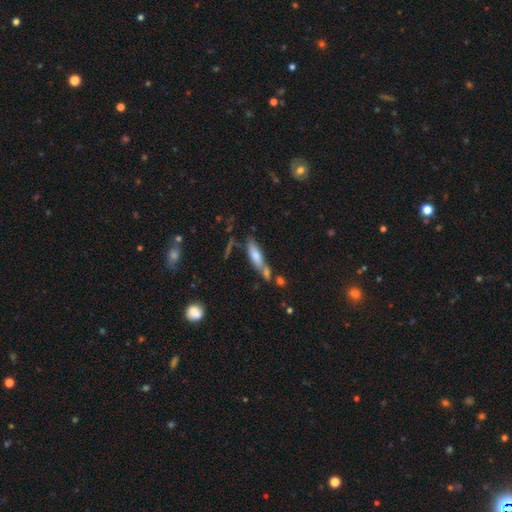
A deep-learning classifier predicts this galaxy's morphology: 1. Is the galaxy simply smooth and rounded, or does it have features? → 66% smooth, 26% featured or disk, 8% star or artifact.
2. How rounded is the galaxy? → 59% cigar-shaped, 38% in between, 2% round.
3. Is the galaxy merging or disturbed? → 46% none, 30% merger, 17% minor disturbance, 7% major disturbance.